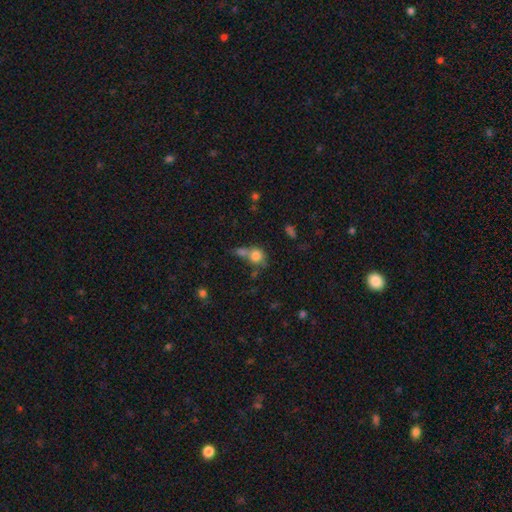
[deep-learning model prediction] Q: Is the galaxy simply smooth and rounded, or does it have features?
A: smooth — 79%.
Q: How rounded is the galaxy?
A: round — 78%.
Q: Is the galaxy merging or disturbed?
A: merger — 41%.